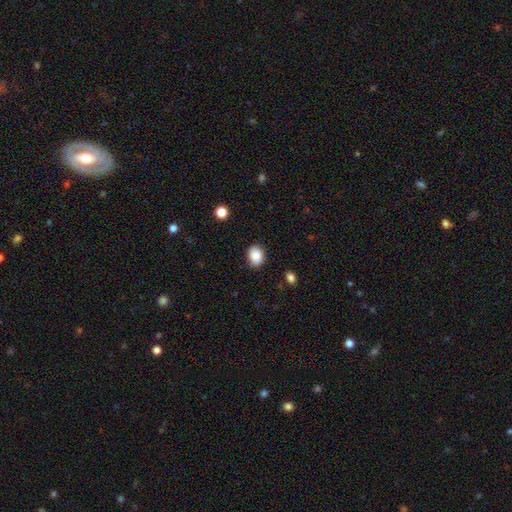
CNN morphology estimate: A smooth galaxy with no disk features (85%) that is in between round and cigar-shaped (54%). Merging: none (83%).